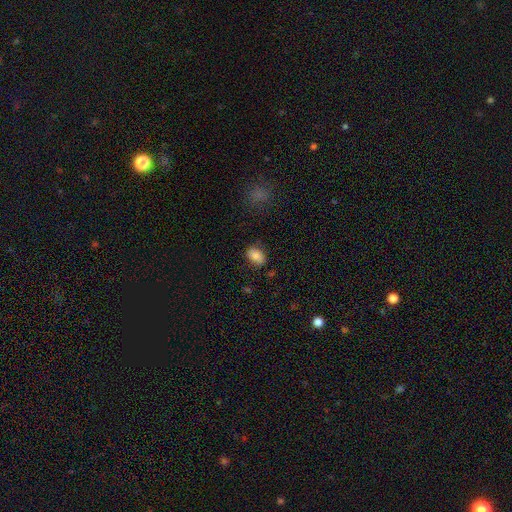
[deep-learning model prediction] Q: Smooth or featured?
A: smooth (83%); runner-up: star or artifact (9%)
Q: How rounded?
A: in between (78%); runner-up: round (21%)
Q: Merging?
A: none (76%); runner-up: minor disturbance (17%)